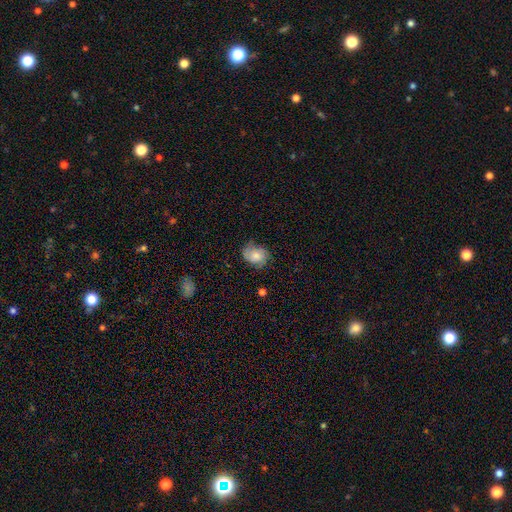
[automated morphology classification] Smooth or featured: smooth — 49% (featured or disk — 42%)
Merging: none — 66% (minor disturbance — 25%)